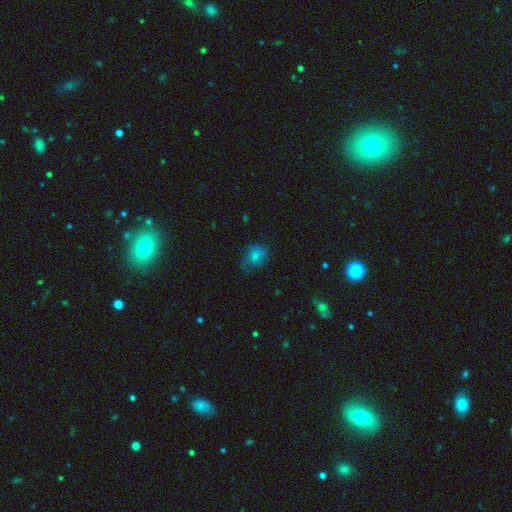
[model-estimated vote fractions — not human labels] smooth 71%, featured or disk 17%, star or artifact 11%. Down the decision tree: how rounded — round (55%); merging — none (53%).